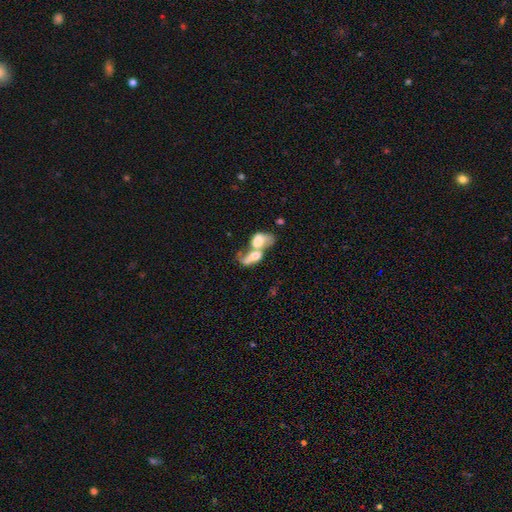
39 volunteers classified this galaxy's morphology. This is likely a smooth galaxy (72%). How rounded: clearly in between (93%). Merging: clearly merger (87%).